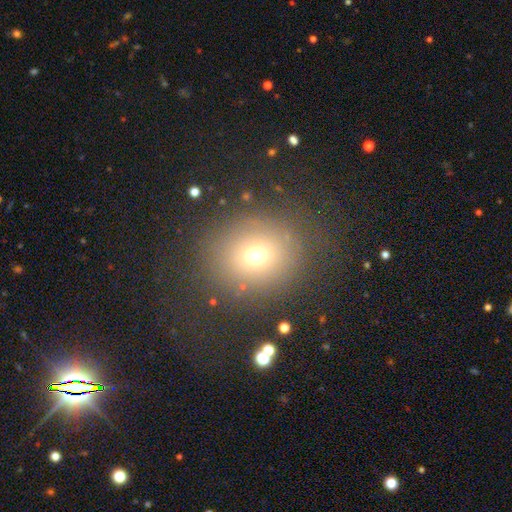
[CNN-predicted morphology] smooth-or-featured: smooth: 68% | star or artifact: 20% | featured or disk: 12%
  how-rounded: round: 80% | in between: 19% | cigar-shaped: 1%
  merging: none: 79% | minor disturbance: 11% | major disturbance: 8% | merger: 2%